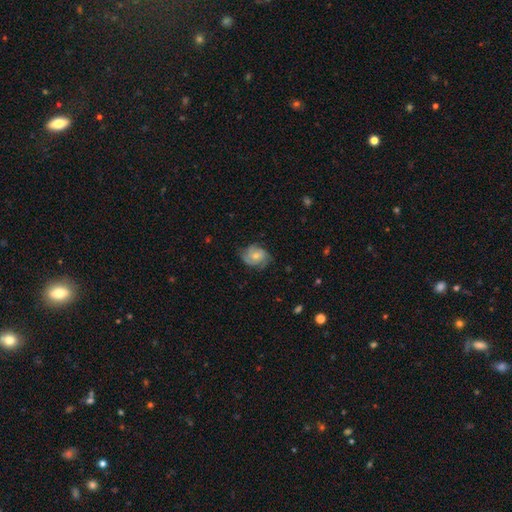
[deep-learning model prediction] smooth_or_featured: featured or disk (p=0.70) [alt: smooth p=0.23]
disk_edge_on: no (p=0.98) [alt: yes p=0.02]
bar: no (p=0.74) [alt: weak p=0.22]
has_spiral_arms: yes (p=0.93) [alt: no p=0.07]
spiral_winding: tight (p=0.52) [alt: medium p=0.37]
spiral_arm_count: 3 (p=0.39) [alt: 2 p=0.26]
bulge_size: small (p=0.50) [alt: moderate p=0.45]
merging: none (p=0.66) [alt: minor disturbance p=0.24]